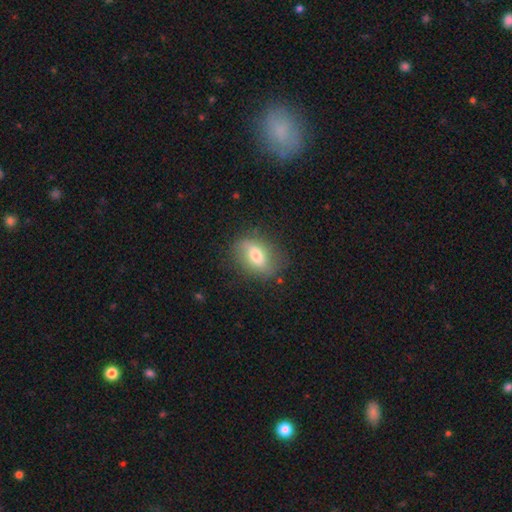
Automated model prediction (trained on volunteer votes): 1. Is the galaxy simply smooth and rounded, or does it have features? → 61% smooth, 31% featured or disk, 8% star or artifact.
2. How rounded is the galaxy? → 75% in between, 21% round, 4% cigar-shaped.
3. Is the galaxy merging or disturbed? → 75% none, 18% minor disturbance, 6% major disturbance, 2% merger.